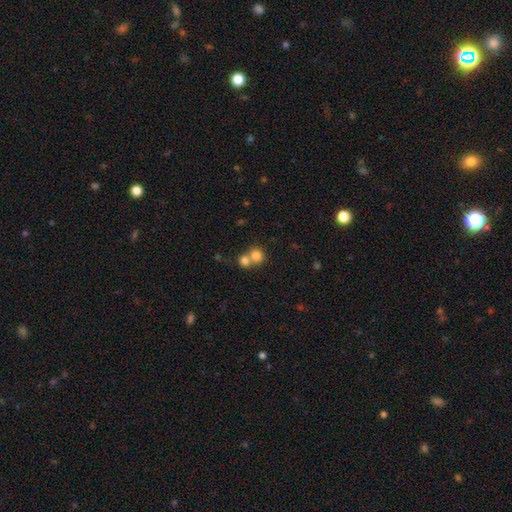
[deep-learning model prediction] Smooth or featured? Predicted: smooth (p=0.79). How rounded? Predicted: round (p=0.81). Merging? Predicted: merger (p=0.55).